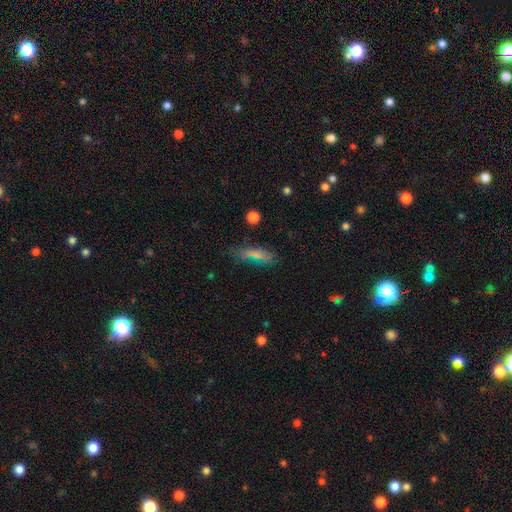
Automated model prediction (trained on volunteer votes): This appears to be a smooth galaxy with no disk features (61%) that is in between round and cigar-shaped (51%). Merging: none (66%).